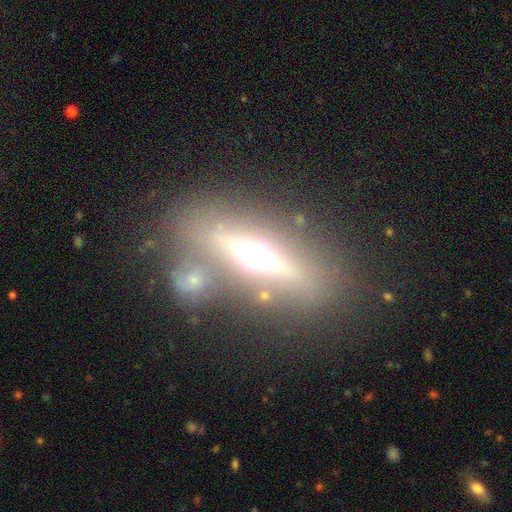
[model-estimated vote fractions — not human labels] smooth_or_featured: featured or disk (p=0.61) [alt: smooth p=0.26]
disk_edge_on: yes (p=0.77) [alt: no p=0.23]
merging: none (p=0.59) [alt: merger p=0.21]